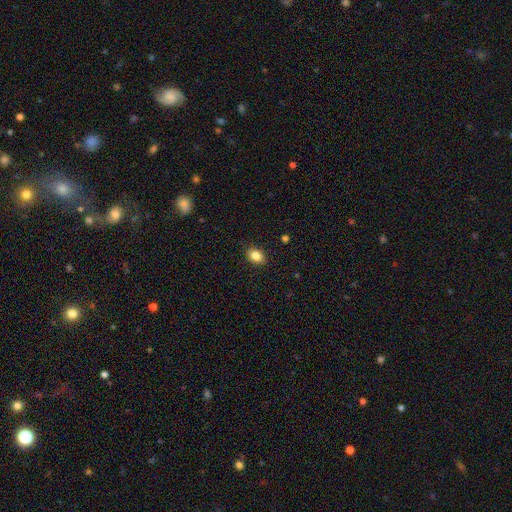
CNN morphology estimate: Smooth or featured: smooth — 85% (star or artifact — 9%)
How rounded: in between — 71% (round — 28%)
Merging: none — 89% (minor disturbance — 8%)